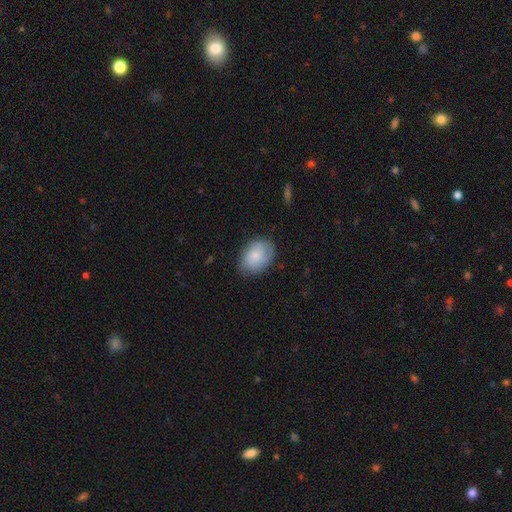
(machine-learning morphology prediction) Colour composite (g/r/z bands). It shows a smooth galaxy with no disk features (58%) that is in between round and cigar-shaped (70%). Merging: none (75%).